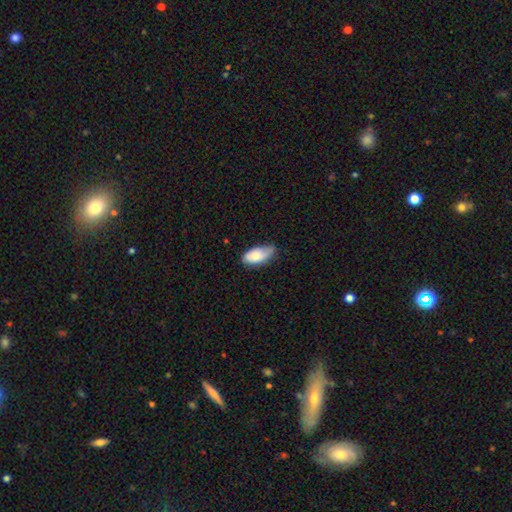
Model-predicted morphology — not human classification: A smooth galaxy with no disk features (75%) that is in between round and cigar-shaped (93%).

Vote fractions:
- Smooth or featured? smooth: 75% / featured or disk: 19% / star or artifact: 6%
- How rounded? in between: 93% / cigar-shaped: 5% / round: 3%
- Merging? none: 55% / minor disturbance: 37% / major disturbance: 6% / merger: 2%